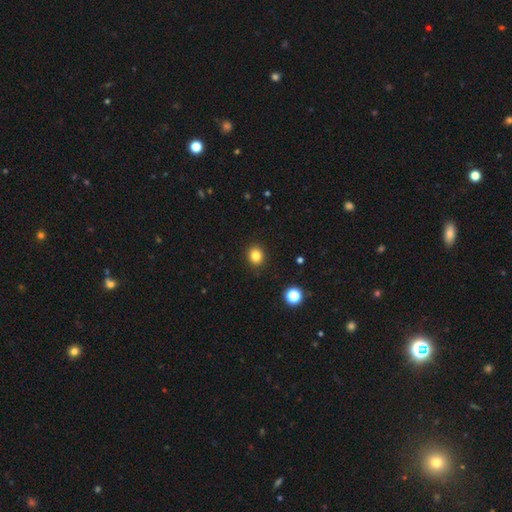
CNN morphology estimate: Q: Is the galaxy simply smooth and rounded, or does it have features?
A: smooth — 83%.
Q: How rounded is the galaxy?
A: round — 75%.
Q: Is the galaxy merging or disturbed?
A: none — 91%.